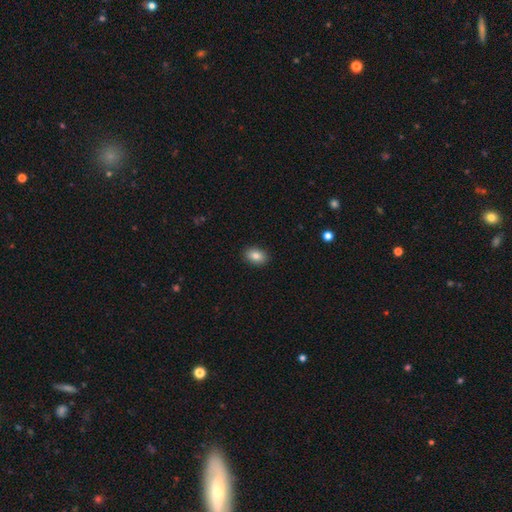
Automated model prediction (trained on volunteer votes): smooth_or_featured: smooth (p=0.84) [alt: star or artifact p=0.08]
how_rounded: in between (p=0.85) [alt: round p=0.13]
merging: none (p=0.90) [alt: minor disturbance p=0.07]